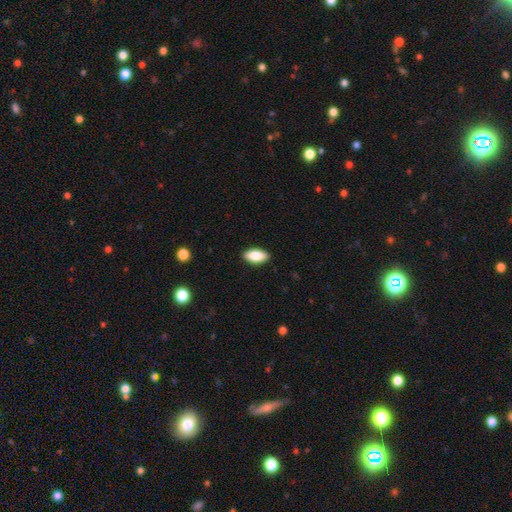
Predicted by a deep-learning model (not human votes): Overall: smooth (85%). How rounded: in between (89%). Merging: none (89%).